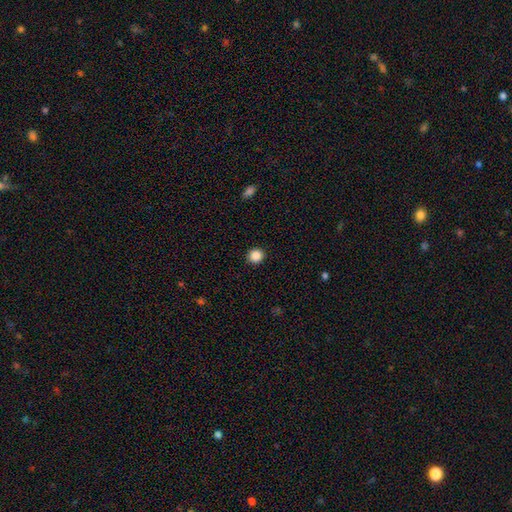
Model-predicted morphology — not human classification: This appears to be a smooth galaxy with no disk features (87%) that is round (92%). Merging: none (92%).